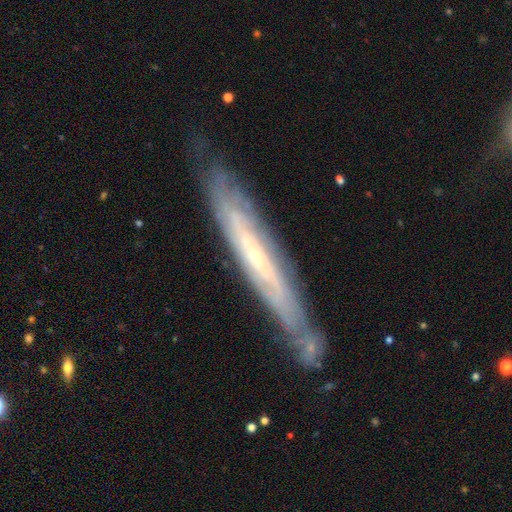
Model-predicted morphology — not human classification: smooth-or-featured: featured or disk: 78% | smooth: 15% | star or artifact: 7%
  disk-edge-on: yes: 54% | no: 46%
  merging: none: 72% | minor disturbance: 19% | major disturbance: 5% | merger: 5%